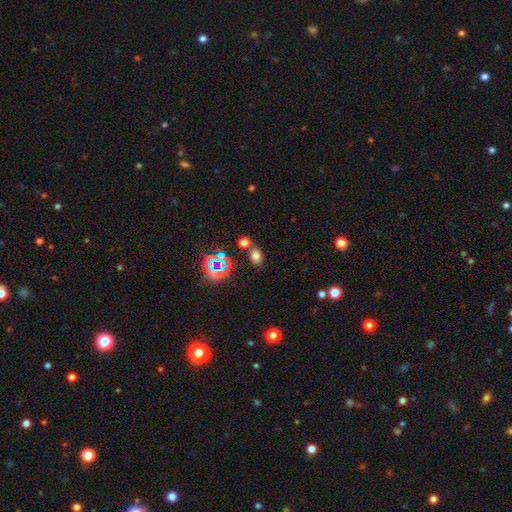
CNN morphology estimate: Smooth or featured? smooth (66%)
How rounded? in between (68%)
Merging? none (70%)